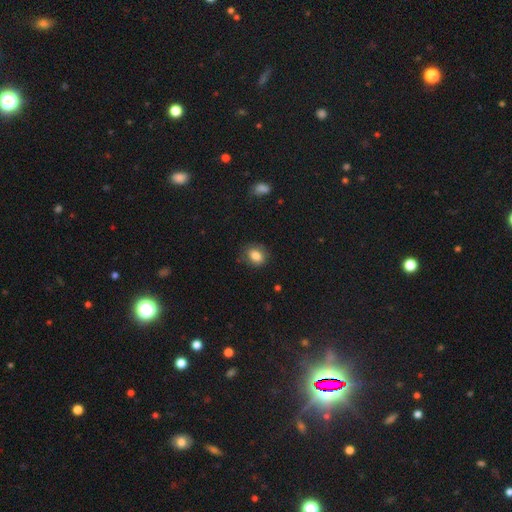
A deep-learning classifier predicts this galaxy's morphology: Smooth or featured?
  - smooth: 83% *
  - star or artifact: 9%
  - featured or disk: 8%
How rounded?
  - in between: 65% *
  - round: 34%
  - cigar-shaped: 1%
Merging?
  - none: 78% *
  - minor disturbance: 16%
  - major disturbance: 4%
  - merger: 1%